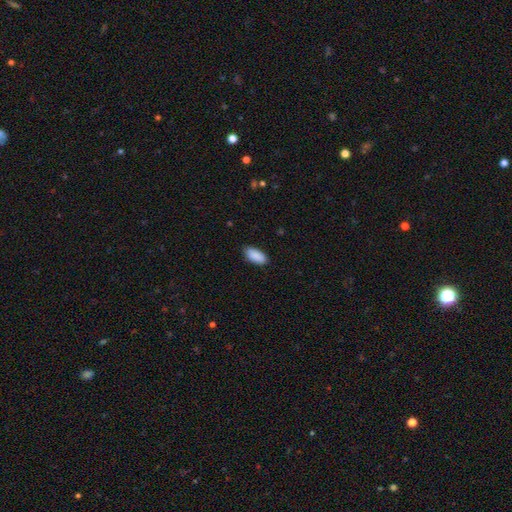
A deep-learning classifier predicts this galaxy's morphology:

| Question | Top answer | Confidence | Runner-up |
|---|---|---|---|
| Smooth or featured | smooth | 91% | star or artifact (6%) |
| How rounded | in between | 93% | cigar-shaped (5%) |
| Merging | none | 87% | minor disturbance (10%) |